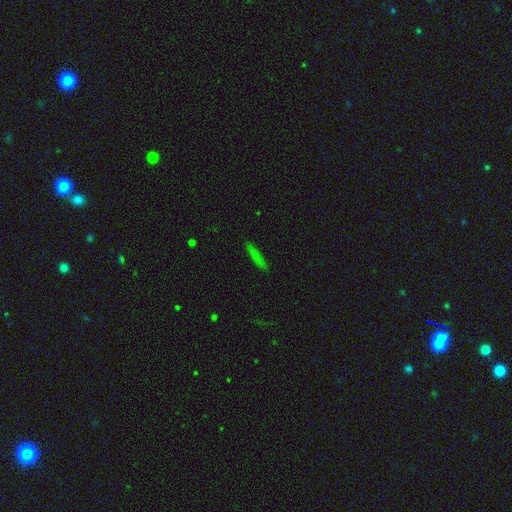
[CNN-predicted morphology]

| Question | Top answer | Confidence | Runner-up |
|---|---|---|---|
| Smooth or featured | smooth | 69% | featured or disk (20%) |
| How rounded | cigar-shaped | 91% | in between (7%) |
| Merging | none | 87% | minor disturbance (9%) |